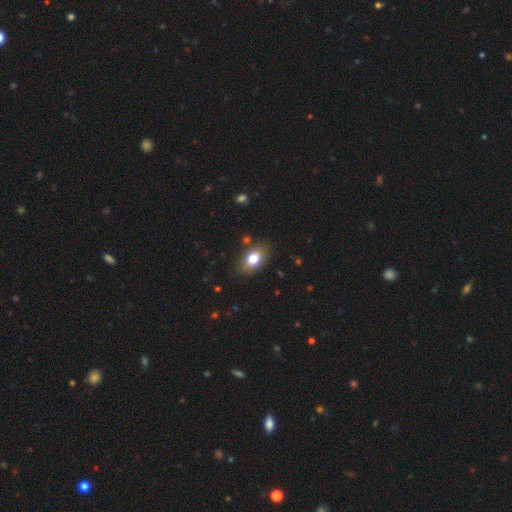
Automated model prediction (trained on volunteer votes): Smooth or featured: smooth — 77% (featured or disk — 14%)
How rounded: in between — 84% (round — 14%)
Merging: none — 84% (minor disturbance — 11%)